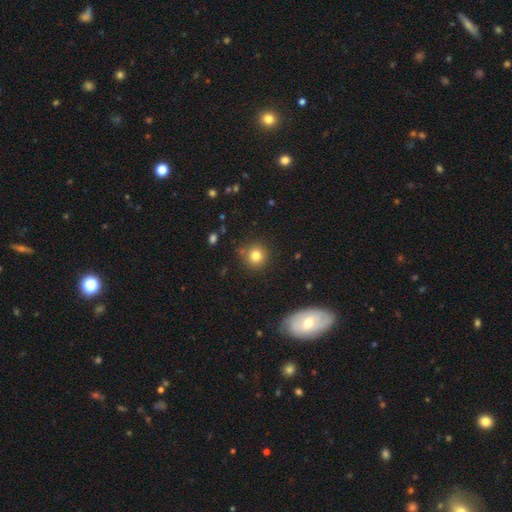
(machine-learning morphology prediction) Smooth or featured? smooth (80%)
How rounded? round (92%)
Merging? none (86%)